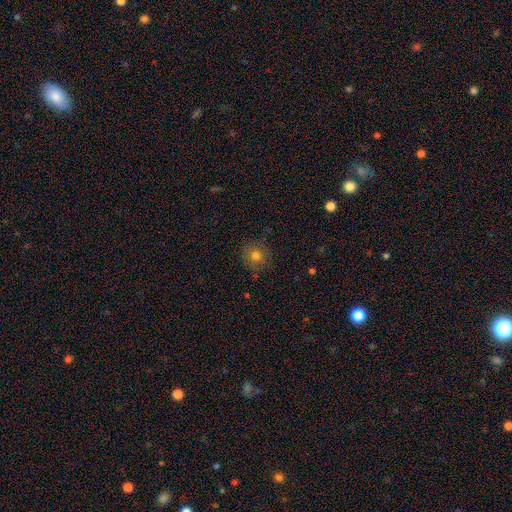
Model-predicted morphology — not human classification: Smooth or featured: smooth — 75% (star or artifact — 14%)
How rounded: round — 93% (in between — 6%)
Merging: none — 85% (minor disturbance — 11%)